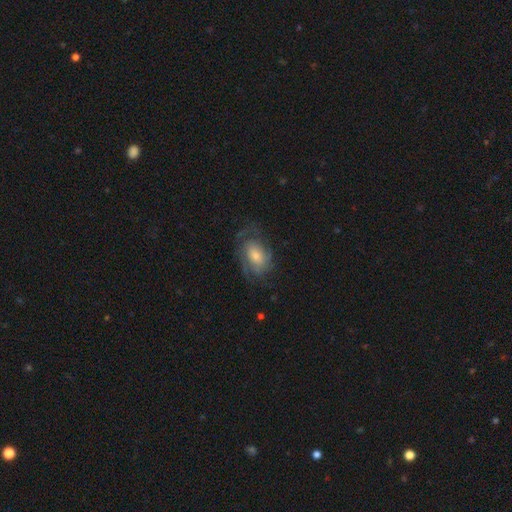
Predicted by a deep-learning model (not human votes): smooth-or-featured: featured or disk: 64% | smooth: 27% | star or artifact: 8%
  disk-edge-on: no: 96% | yes: 4%
    bar: no: 65% | weak: 29% | strong: 6%
    has-spiral-arms: yes: 84% | no: 16%
      spiral-winding: tight: 43% | medium: 40% | loose: 17%
      spiral-arm-count: can't tell: 39% | 2: 33% | 3: 13% | 1: 6% | 4: 5% | more than 4: 4%
    bulge-size: moderate: 46% | small: 35% | large: 13% | none: 4% | dominant: 2%
  merging: none: 61% | minor disturbance: 21% | major disturbance: 17% | merger: 1%